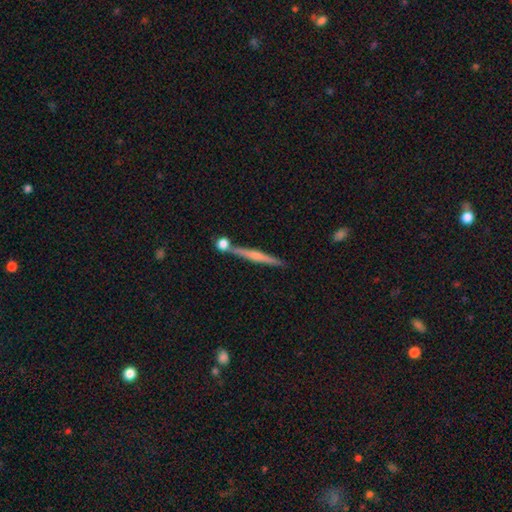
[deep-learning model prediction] Smooth or featured: featured or disk — 57% (smooth — 36%)
Edge-on disk: yes — 97% (no — 3%)
Edge-on bulge: rounded — 55% (none — 32%)
Merging: none — 77% (merger — 11%)